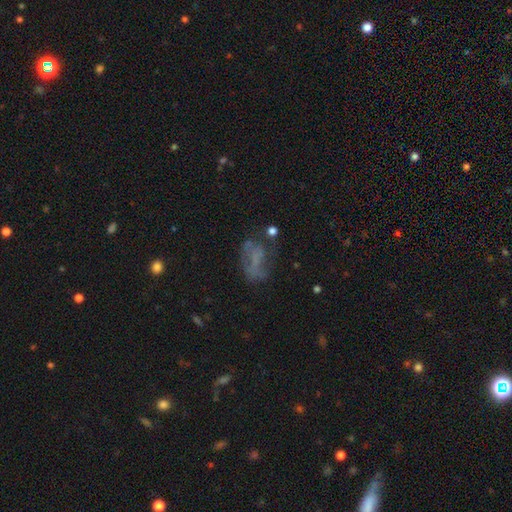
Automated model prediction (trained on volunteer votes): This appears to be a featured or disk galaxy (43%). Merging: none (43%).